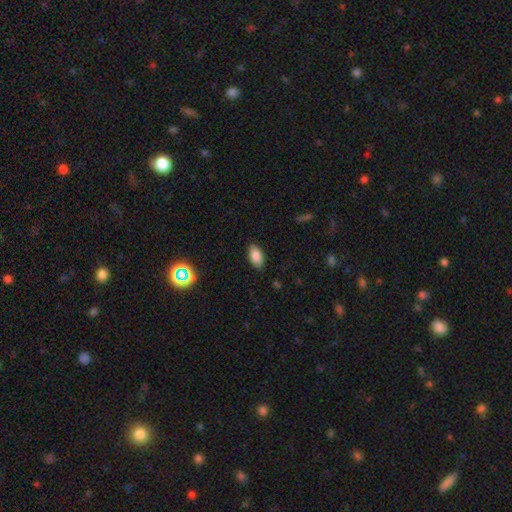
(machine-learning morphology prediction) smooth 85%, star or artifact 9%, featured or disk 6%. Down the decision tree: how rounded — in between (93%); merging — none (87%).